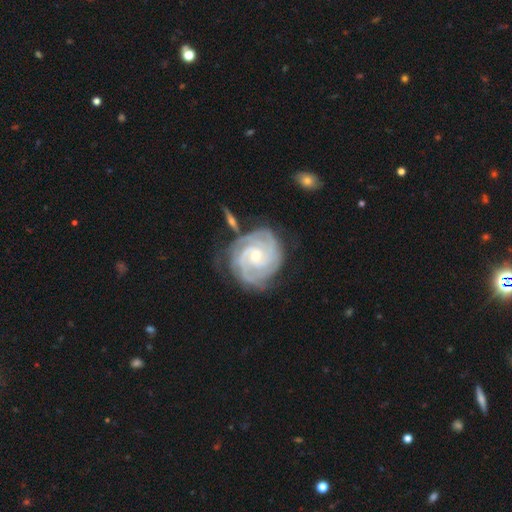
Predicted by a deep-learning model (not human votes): This is clearly a featured or disk galaxy (90%). It is clearly not viewed edge-on (98%). Bar: likely no (66%). Spiral arm pattern: clearly yes (98%). Spiral arm count: marginally 3 (31%). Spiral winding: likely tight (78%). Central bulge: possibly small (57%). Merging: likely none (69%).